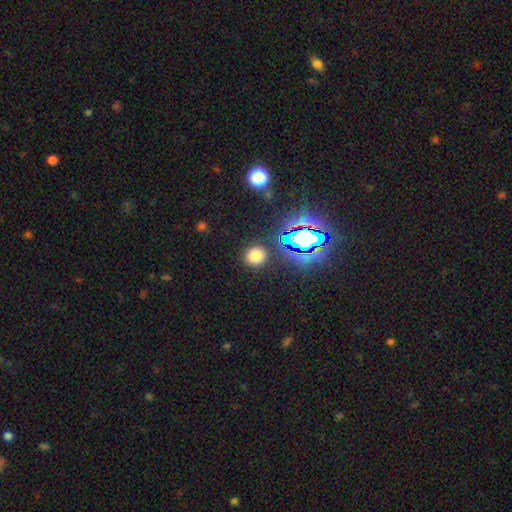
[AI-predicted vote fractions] Morphology: type=smooth (72%); roundness=round (88%); merging=none (89%).